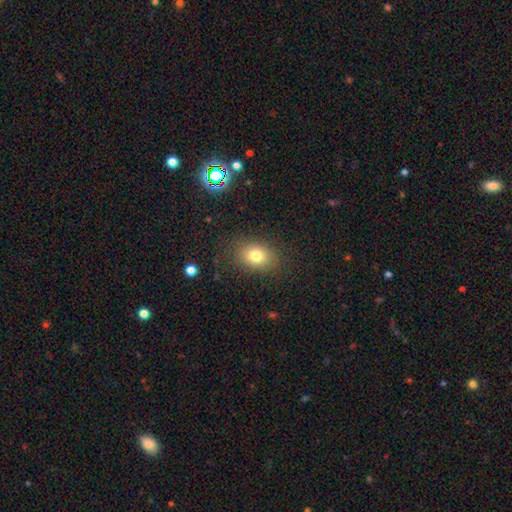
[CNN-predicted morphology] Overall: smooth (79%). How rounded: in between (67%; round 32%). Merging: none (84%).